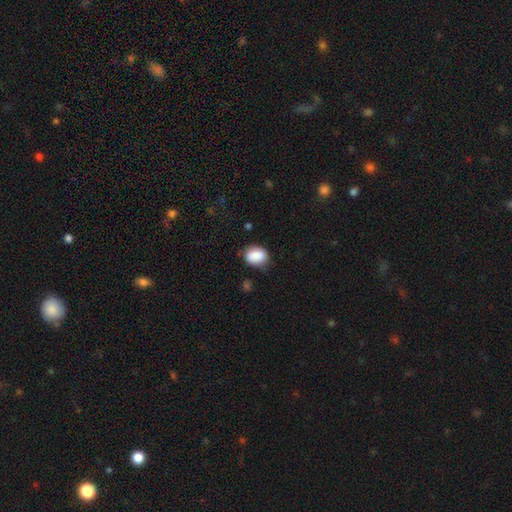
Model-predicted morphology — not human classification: Smooth or featured? Predicted: smooth (p=0.87). How rounded? Predicted: in between (p=0.64). Merging? Predicted: none (p=0.73).